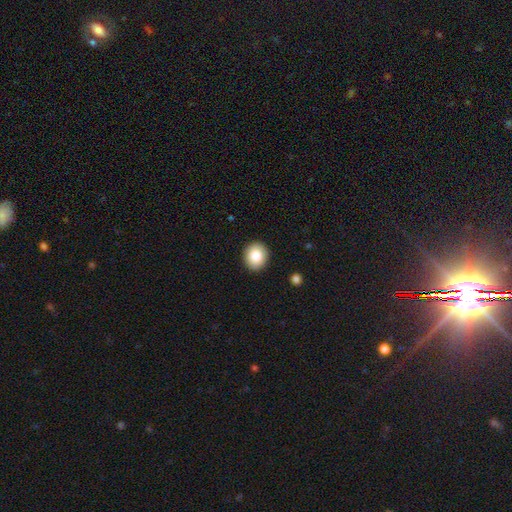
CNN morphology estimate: Q: Smooth or featured?
A: smooth (85%); runner-up: star or artifact (8%)
Q: How rounded?
A: round (72%); runner-up: in between (27%)
Q: Merging?
A: none (91%); runner-up: minor disturbance (6%)